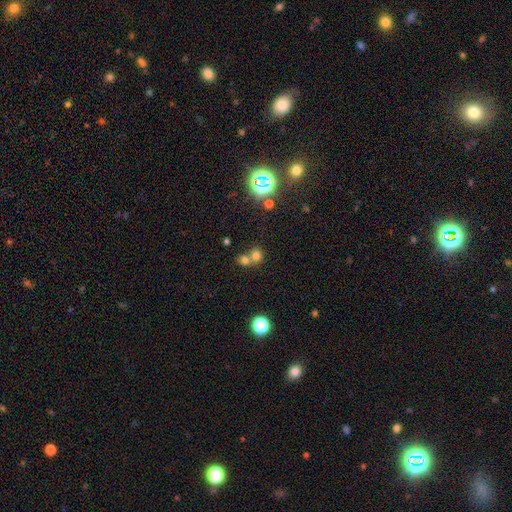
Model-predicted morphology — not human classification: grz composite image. It shows a smooth galaxy with no disk features (68%) that is round (77%). Merging: merger (56%).